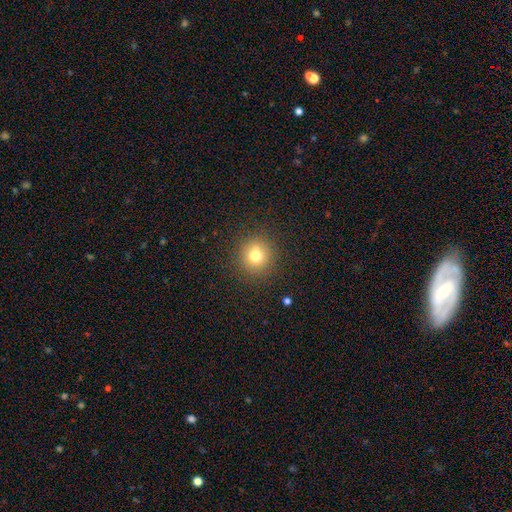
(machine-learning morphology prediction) smooth_or_featured: smooth (p=0.73) [alt: star or artifact p=0.16]
how_rounded: round (p=0.93) [alt: in between p=0.06]
merging: none (p=0.81) [alt: minor disturbance p=0.09]